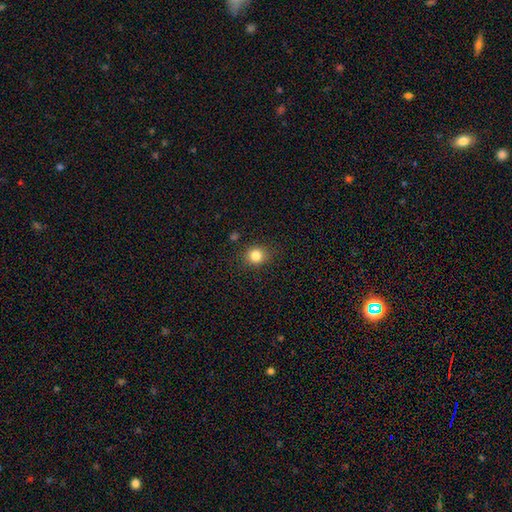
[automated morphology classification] Smooth or featured? smooth (82%)
How rounded? round (81%)
Merging? none (86%)